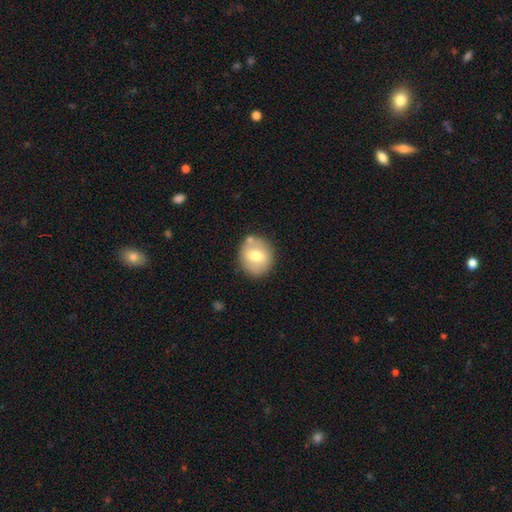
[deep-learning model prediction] A smooth galaxy with no disk features (64%) that is round (77%).

Vote fractions:
- Smooth or featured? smooth: 64% / featured or disk: 29% / star or artifact: 8%
- How rounded? round: 77% / in between: 22% / cigar-shaped: 1%
- Merging? none: 77% / minor disturbance: 12% / merger: 7% / major disturbance: 3%